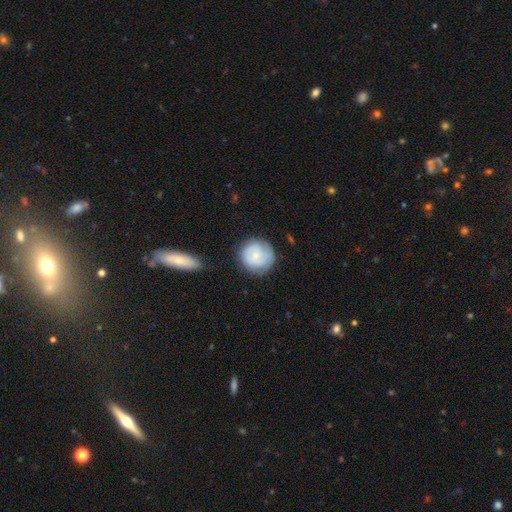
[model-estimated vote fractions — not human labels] The model was most divided on "smooth or featured": smooth: 58%, featured or disk: 36%, star or artifact: 7%. More confident: how rounded — round (92%); merging — none (76%).